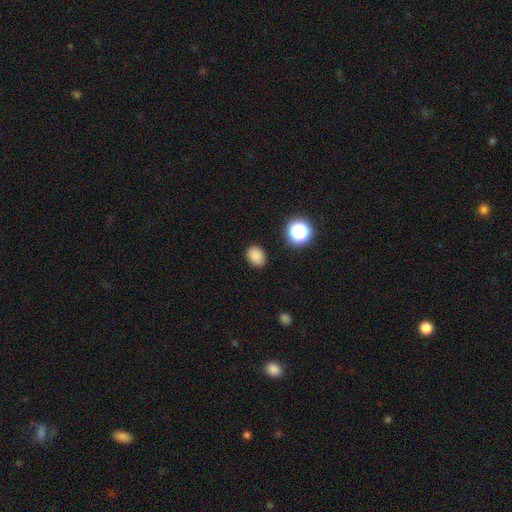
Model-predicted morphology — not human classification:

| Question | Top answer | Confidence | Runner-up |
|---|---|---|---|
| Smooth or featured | smooth | 84% | star or artifact (12%) |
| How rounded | in between | 57% | round (43%) |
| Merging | none | 87% | minor disturbance (9%) |